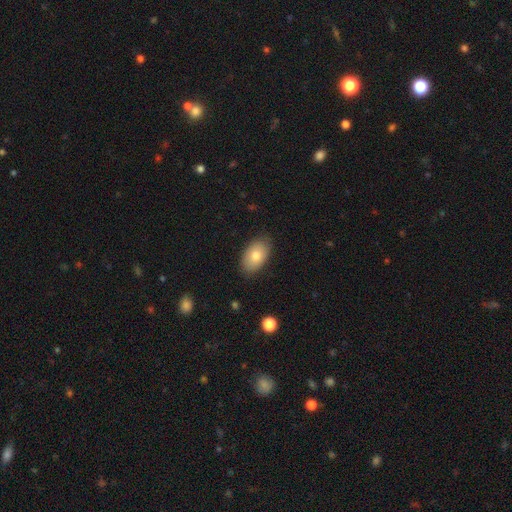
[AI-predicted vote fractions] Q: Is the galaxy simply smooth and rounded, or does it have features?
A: smooth — 76%.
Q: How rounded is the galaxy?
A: in between — 91%.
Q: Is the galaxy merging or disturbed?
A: none — 83%.